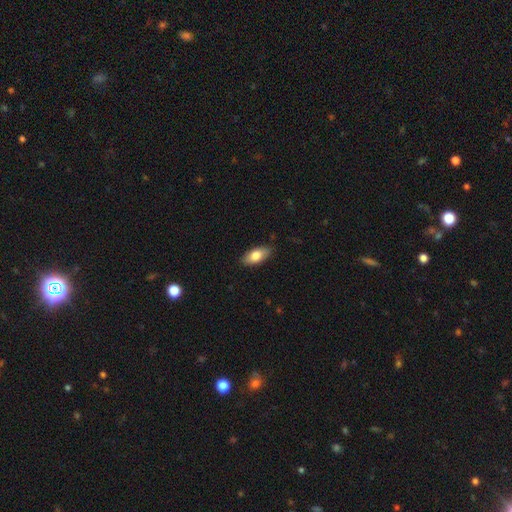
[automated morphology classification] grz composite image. It shows a smooth galaxy with no disk features (79%) that is in between round and cigar-shaped (88%). Merging: none (86%).